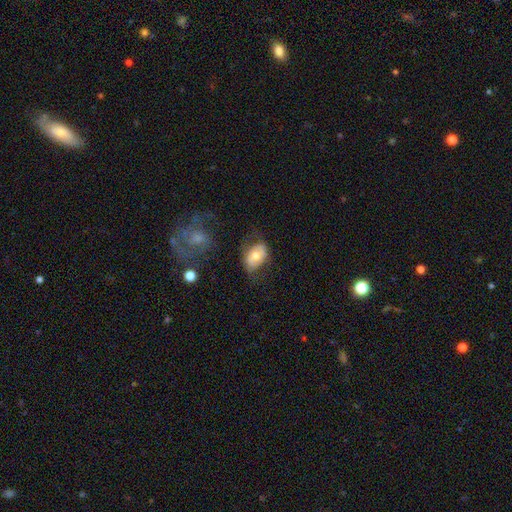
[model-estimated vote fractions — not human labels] This is possibly a smooth galaxy (59%). How rounded: clearly in between (82%). Merging: likely none (62%).